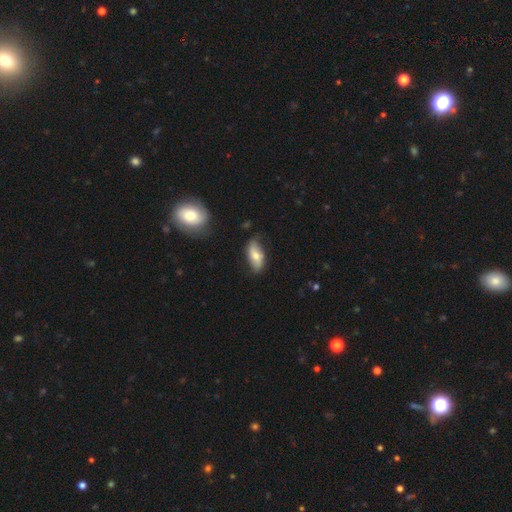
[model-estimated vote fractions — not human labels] This appears to be a smooth galaxy with no disk features (61%) that is in between round and cigar-shaped (88%). Merging: none (67%).